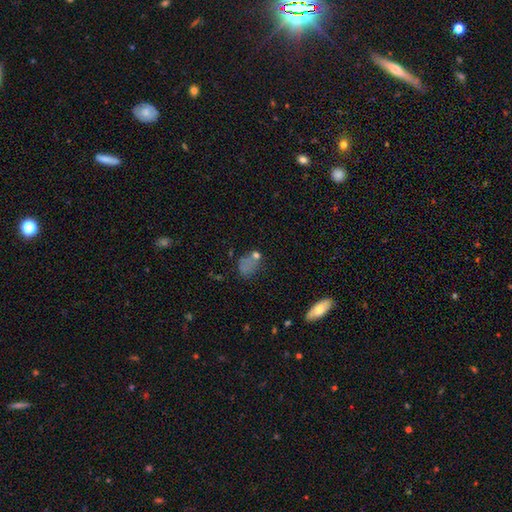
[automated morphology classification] Q: Smooth or featured?
A: smooth (48%); runner-up: star or artifact (33%)
Q: Merging?
A: none (59%); runner-up: minor disturbance (17%)